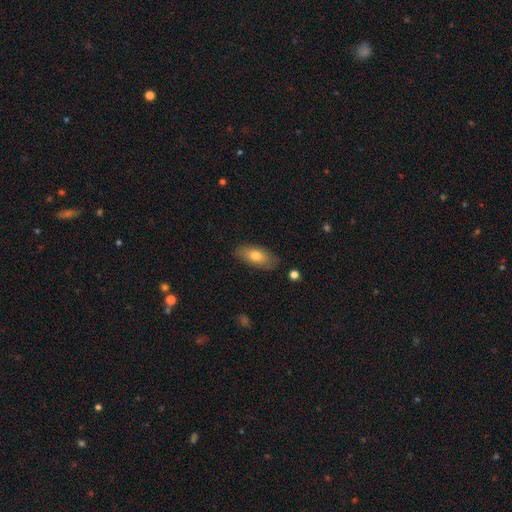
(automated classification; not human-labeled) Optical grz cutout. It shows a smooth galaxy with no disk features (74%) that is in between round and cigar-shaped (85%). Merging: none (82%).